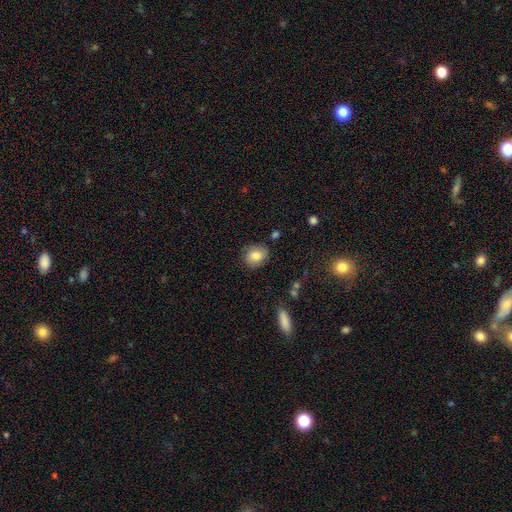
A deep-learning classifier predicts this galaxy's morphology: The model was most divided on "how rounded": round: 60%, in between: 38%, cigar-shaped: 1%. More confident: merging — none (83%); smooth or featured — smooth (82%).